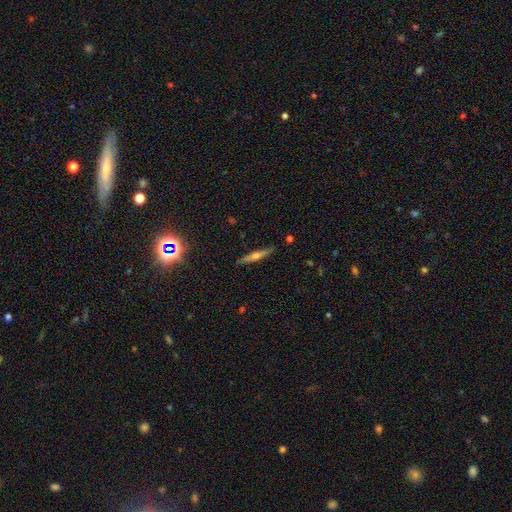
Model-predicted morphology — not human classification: smooth_or_featured: featured or disk (p=0.57) [alt: smooth p=0.36]
disk_edge_on: yes (p=0.96) [alt: no p=0.04]
edge_on_bulge: rounded (p=0.78) [alt: none p=0.14]
merging: none (p=0.88) [alt: minor disturbance p=0.09]